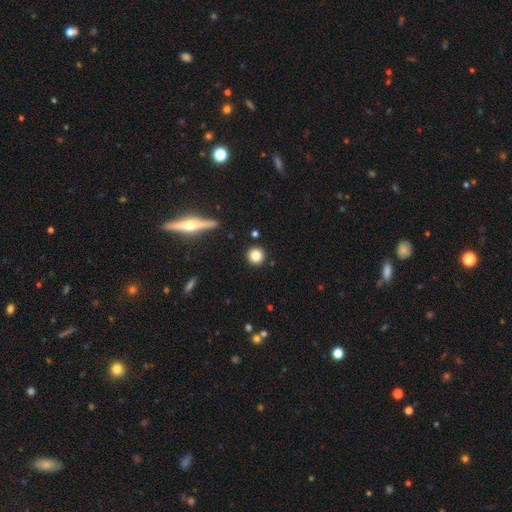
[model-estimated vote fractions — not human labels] A smooth galaxy with no disk features (83%) that is round (94%). Merging: none (91%).